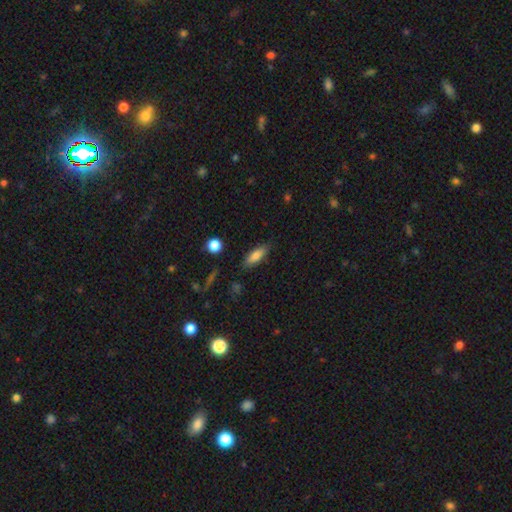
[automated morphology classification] smooth-or-featured: smooth: 79% | featured or disk: 13% | star or artifact: 8%
  how-rounded: in between: 63% | cigar-shaped: 34% | round: 3%
  merging: none: 83% | minor disturbance: 12% | major disturbance: 3% | merger: 2%